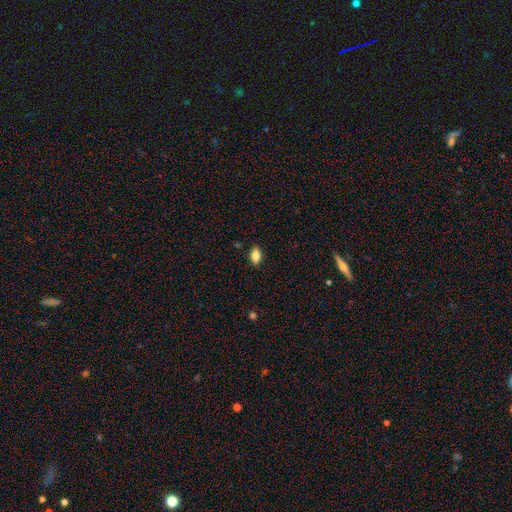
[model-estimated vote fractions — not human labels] Smooth or featured? smooth (84%)
How rounded? in between (88%)
Merging? none (87%)